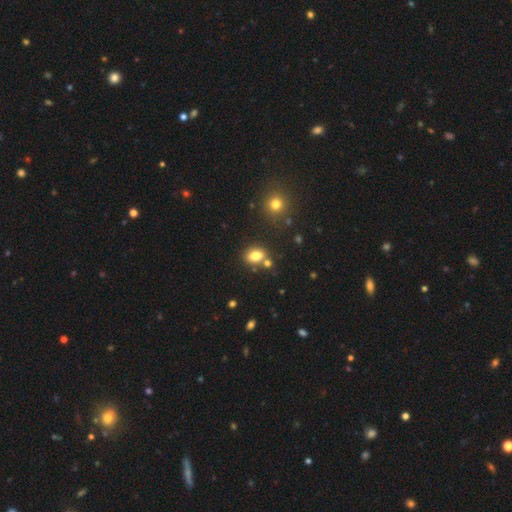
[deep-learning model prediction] Q: Smooth or featured?
A: smooth (79%); runner-up: featured or disk (10%)
Q: How rounded?
A: in between (79%); runner-up: round (18%)
Q: Merging?
A: none (66%); runner-up: merger (18%)